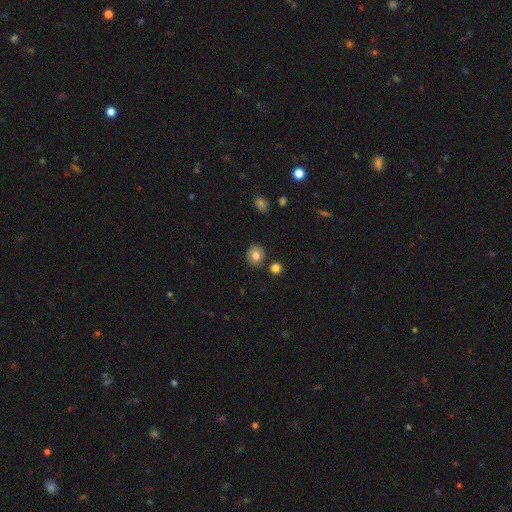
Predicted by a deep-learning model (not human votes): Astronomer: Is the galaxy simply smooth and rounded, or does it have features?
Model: smooth — 78%.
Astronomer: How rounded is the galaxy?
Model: round — 77%.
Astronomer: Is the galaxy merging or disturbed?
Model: none — 83%.